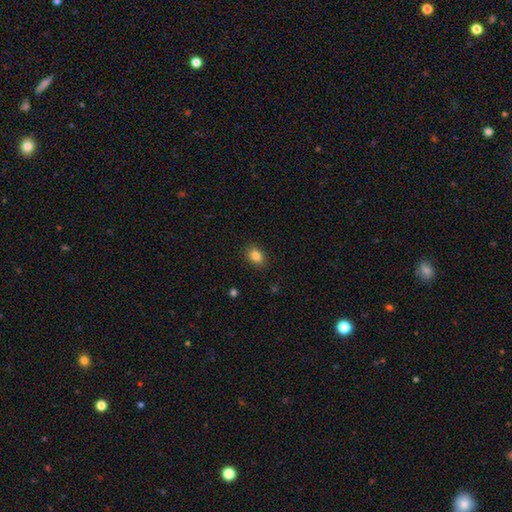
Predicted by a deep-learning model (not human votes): The model was most divided on "how rounded": in between: 77%, round: 22%, cigar-shaped: 1%. More confident: merging — none (87%); smooth or featured — smooth (85%).